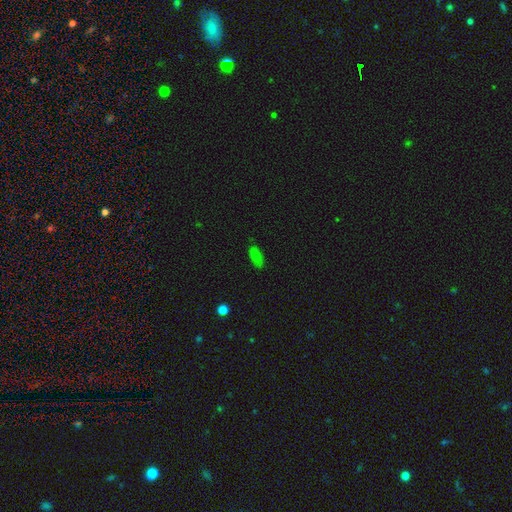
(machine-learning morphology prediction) Smooth or featured?
  - smooth: 79% *
  - star or artifact: 15%
  - featured or disk: 6%
How rounded?
  - in between: 86% *
  - cigar-shaped: 11%
  - round: 3%
Merging?
  - none: 82% *
  - minor disturbance: 14%
  - major disturbance: 3%
  - merger: 1%